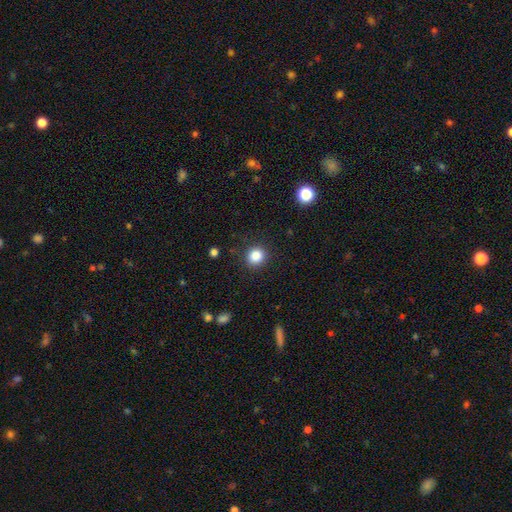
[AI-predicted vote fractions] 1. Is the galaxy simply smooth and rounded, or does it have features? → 85% smooth, 11% star or artifact, 4% featured or disk.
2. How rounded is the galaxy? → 88% round, 11% in between, 1% cigar-shaped.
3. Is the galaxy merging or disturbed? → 89% none, 7% minor disturbance, 3% major disturbance, 1% merger.